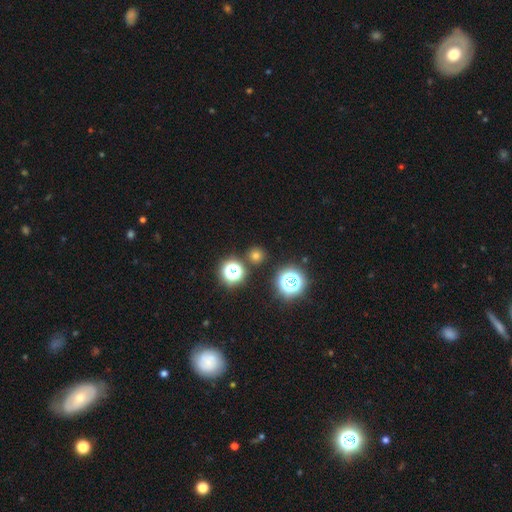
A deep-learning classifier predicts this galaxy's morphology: The model was most divided on "smooth or featured": smooth: 65%, star or artifact: 29%, featured or disk: 6%. More confident: how rounded — round (93%); merging — none (87%).